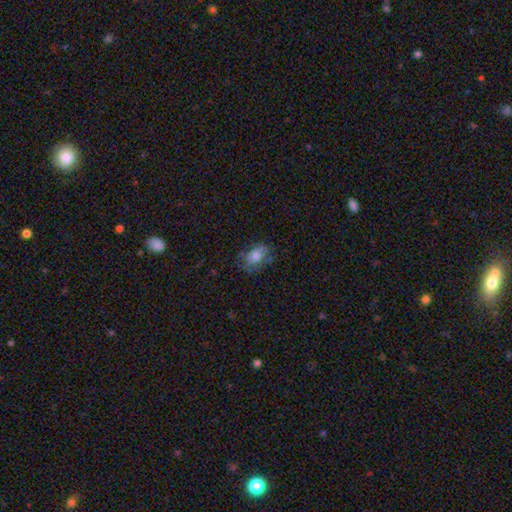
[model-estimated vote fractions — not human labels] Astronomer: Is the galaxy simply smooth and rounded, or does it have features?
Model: smooth — 61%.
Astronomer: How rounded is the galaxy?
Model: in between — 81%.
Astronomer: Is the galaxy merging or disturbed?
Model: none — 62%.